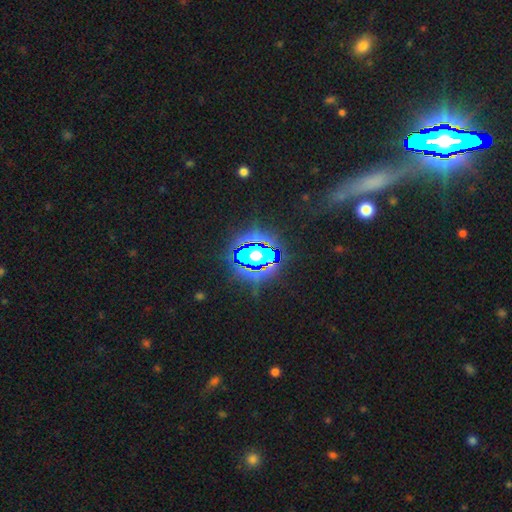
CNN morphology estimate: The model was most divided on "smooth or featured": star or artifact: 65%, smooth: 21%, featured or disk: 14%.